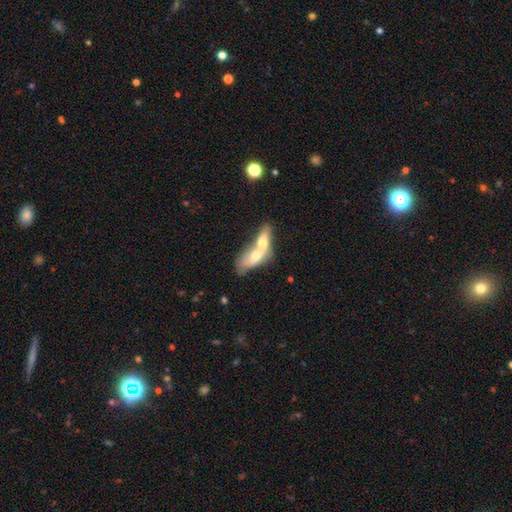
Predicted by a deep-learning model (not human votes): smooth-or-featured: smooth: 59% | featured or disk: 35% | star or artifact: 6%
  how-rounded: in between: 73% | cigar-shaped: 21% | round: 5%
  merging: merger: 80% | none: 10% | minor disturbance: 5% | major disturbance: 5%